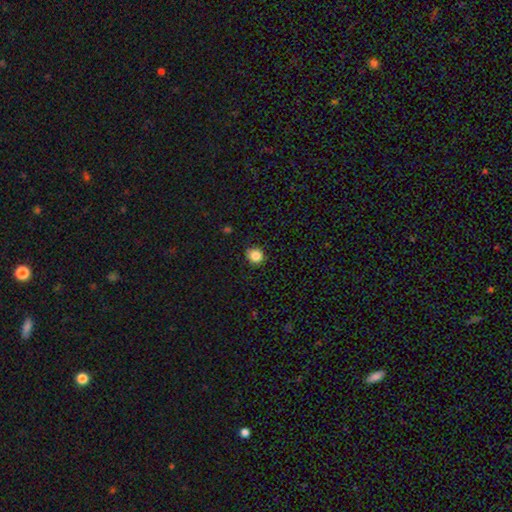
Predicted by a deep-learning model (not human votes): A smooth galaxy with no disk features (85%) that is round (86%).

Vote fractions:
- Smooth or featured? smooth: 85% / star or artifact: 11% / featured or disk: 4%
- How rounded? round: 86% / in between: 13% / cigar-shaped: 1%
- Merging? none: 82% / minor disturbance: 14% / major disturbance: 3% / merger: 1%